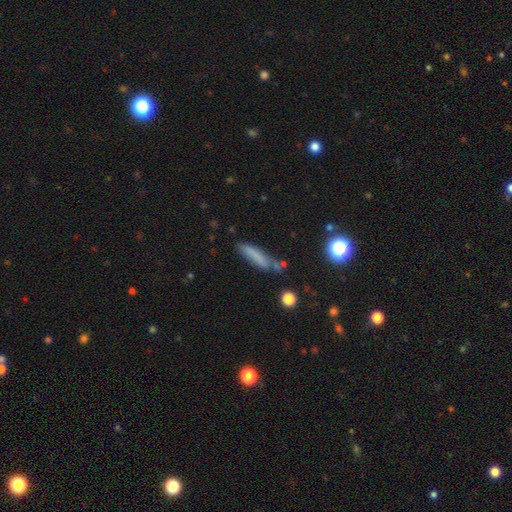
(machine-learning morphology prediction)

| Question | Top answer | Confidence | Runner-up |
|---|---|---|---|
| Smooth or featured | smooth | 74% | featured or disk (16%) |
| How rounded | cigar-shaped | 82% | in between (15%) |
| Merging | none | 64% | minor disturbance (22%) |